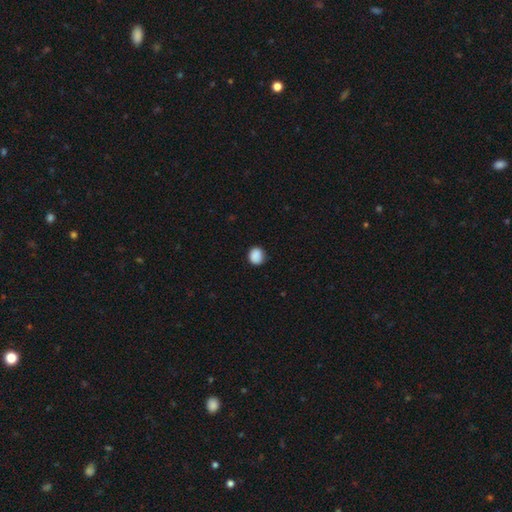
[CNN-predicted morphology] A smooth galaxy with no disk features (89%) that is round (78%).

Vote fractions:
- Smooth or featured? smooth: 89% / star or artifact: 8% / featured or disk: 3%
- How rounded? round: 78% / in between: 21% / cigar-shaped: 1%
- Merging? none: 85% / minor disturbance: 11% / major disturbance: 2% / merger: 1%